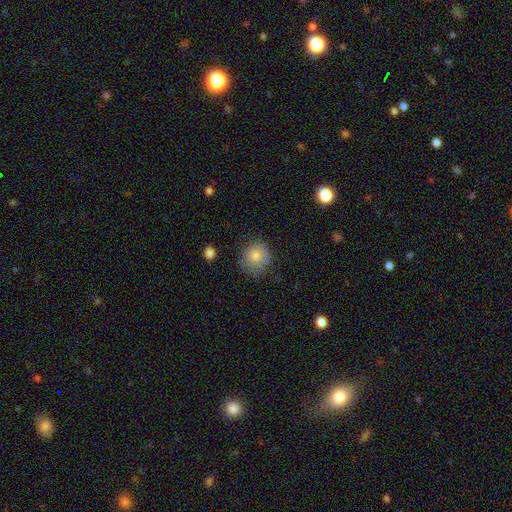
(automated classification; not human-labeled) The model was most divided on "merging": none: 71%, minor disturbance: 22%, major disturbance: 6%, merger: 1%. More confident: how rounded — round (86%); smooth or featured — smooth (75%).